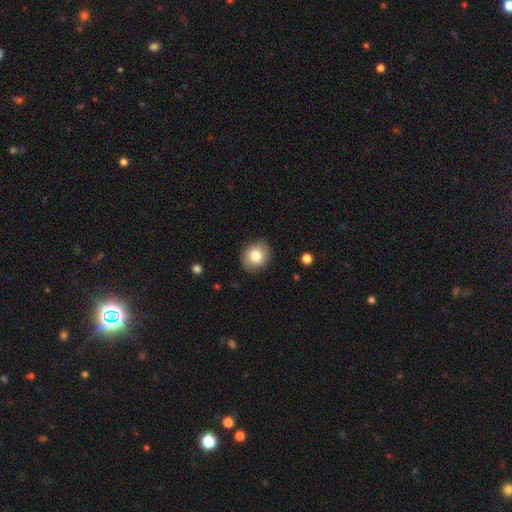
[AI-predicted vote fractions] This appears to be a smooth galaxy with no disk features (82%) that is round (66%). Merging: none (85%).